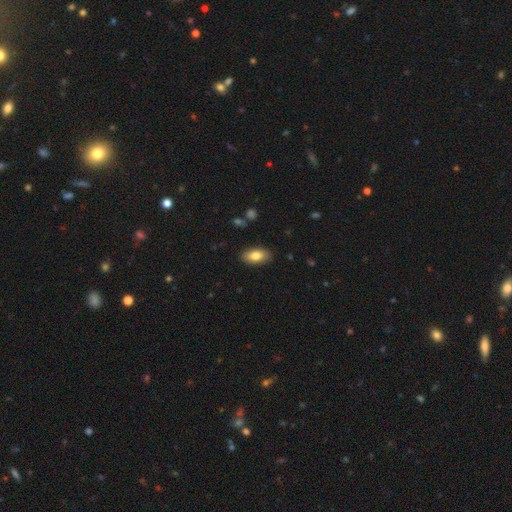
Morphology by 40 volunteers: Smooth or featured? smooth (80%)
How rounded? in between (97%)
Merging? none (100%)